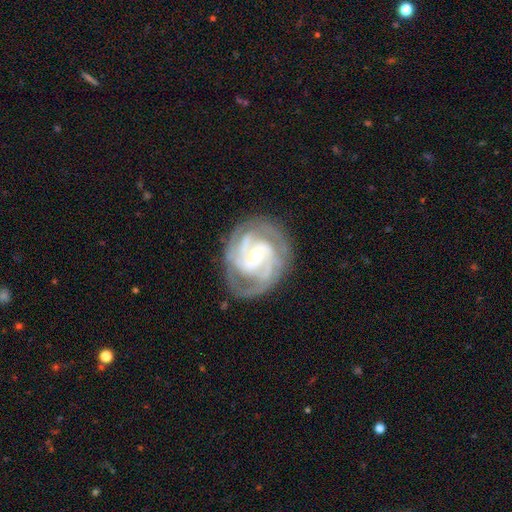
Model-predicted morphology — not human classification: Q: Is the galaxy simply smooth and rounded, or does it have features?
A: featured or disk — 90%.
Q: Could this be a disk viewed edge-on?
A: no — 98%.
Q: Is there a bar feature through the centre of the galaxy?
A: no — 45%.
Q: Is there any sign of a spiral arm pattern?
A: yes — 97%.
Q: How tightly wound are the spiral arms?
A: tight — 60%.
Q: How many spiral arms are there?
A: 3 — 37%.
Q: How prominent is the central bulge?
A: small — 57%.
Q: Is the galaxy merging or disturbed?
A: none — 78%.